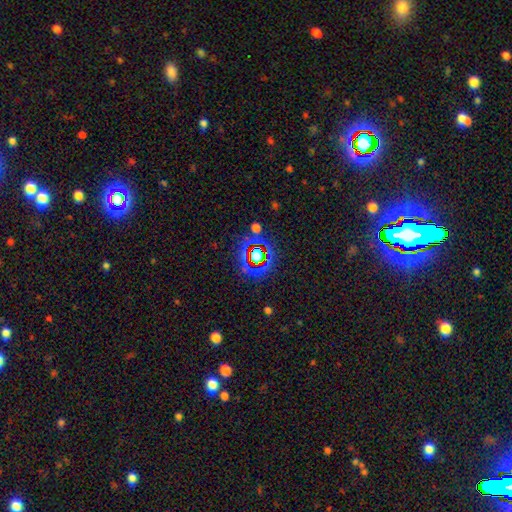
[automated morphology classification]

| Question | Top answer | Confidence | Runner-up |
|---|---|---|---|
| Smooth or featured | star or artifact | 68% | smooth (21%) |